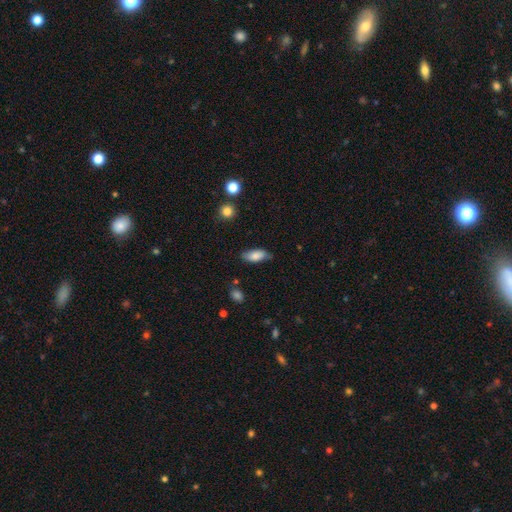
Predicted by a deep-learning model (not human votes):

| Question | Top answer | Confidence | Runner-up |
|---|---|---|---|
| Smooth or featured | smooth | 81% | featured or disk (12%) |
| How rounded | in between | 84% | cigar-shaped (13%) |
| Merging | none | 75% | minor disturbance (19%) |